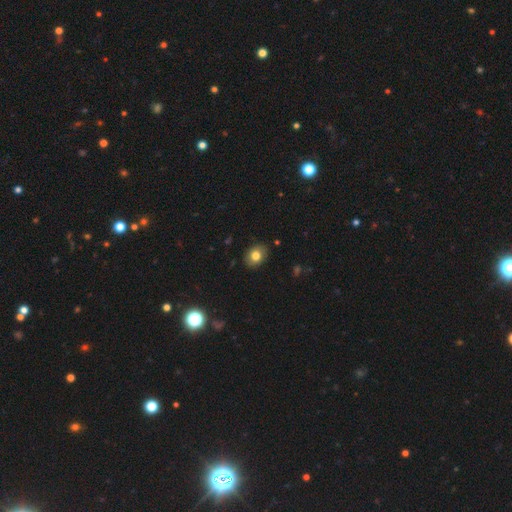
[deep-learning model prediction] A smooth galaxy with no disk features (79%) that is in between round and cigar-shaped (57%).

Vote fractions:
- Smooth or featured? smooth: 79% / featured or disk: 11% / star or artifact: 10%
- How rounded? in between: 57% / round: 42% / cigar-shaped: 1%
- Merging? none: 86% / minor disturbance: 11% / major disturbance: 2% / merger: 1%